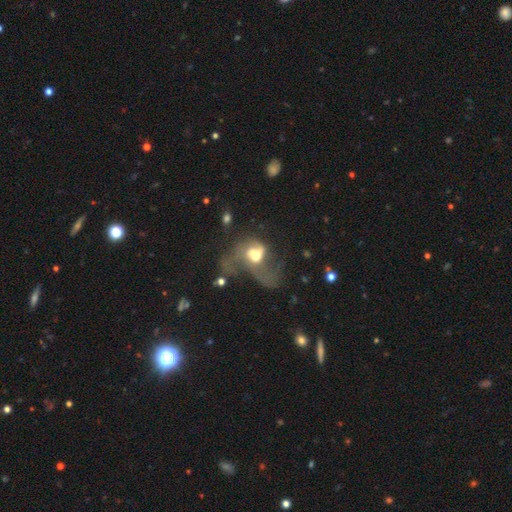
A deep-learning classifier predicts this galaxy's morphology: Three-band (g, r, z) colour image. It shows a featured or disk galaxy (55%) with no bar (69%), no spiral arms (50%, tied with yes) and a moderate central bulge (51%). Merging: major disturbance (55%).